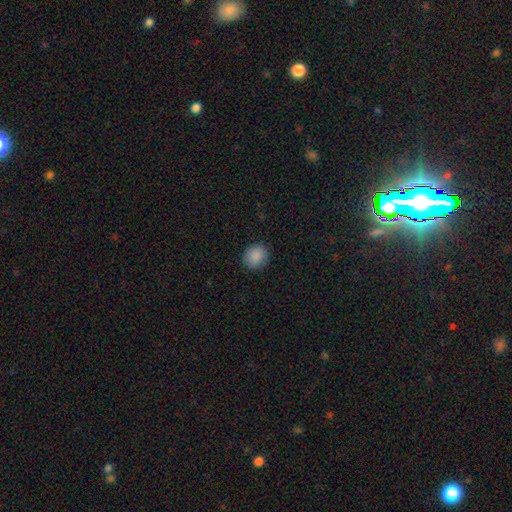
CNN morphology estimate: Smooth or featured?
  - smooth: 88% *
  - star or artifact: 8%
  - featured or disk: 3%
How rounded?
  - round: 70% *
  - in between: 29%
  - cigar-shaped: 1%
Merging?
  - none: 88% *
  - minor disturbance: 9%
  - major disturbance: 2%
  - merger: 1%